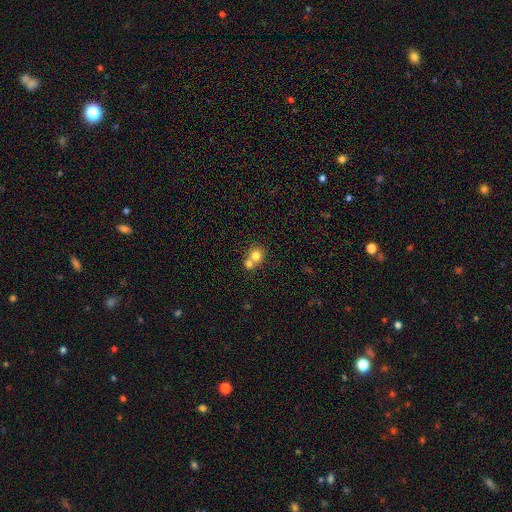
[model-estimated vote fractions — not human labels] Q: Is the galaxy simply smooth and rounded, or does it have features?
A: smooth — 76%.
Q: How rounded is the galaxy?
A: round — 83%.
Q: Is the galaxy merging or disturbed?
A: merger — 54%.